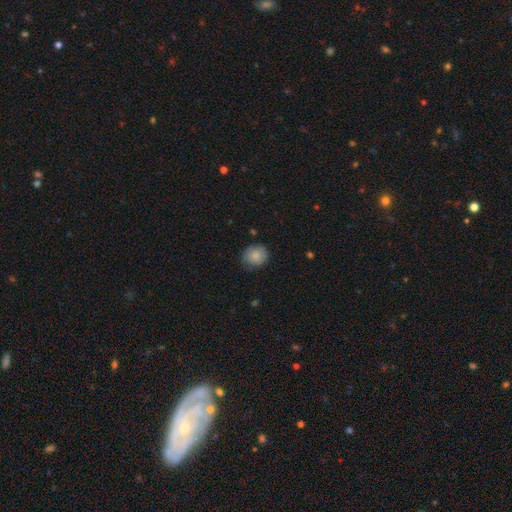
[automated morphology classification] Smooth or featured?
  - smooth: 81% *
  - featured or disk: 11%
  - star or artifact: 8%
How rounded?
  - round: 76% *
  - in between: 23%
  - cigar-shaped: 1%
Merging?
  - none: 68% *
  - minor disturbance: 25%
  - major disturbance: 6%
  - merger: 1%